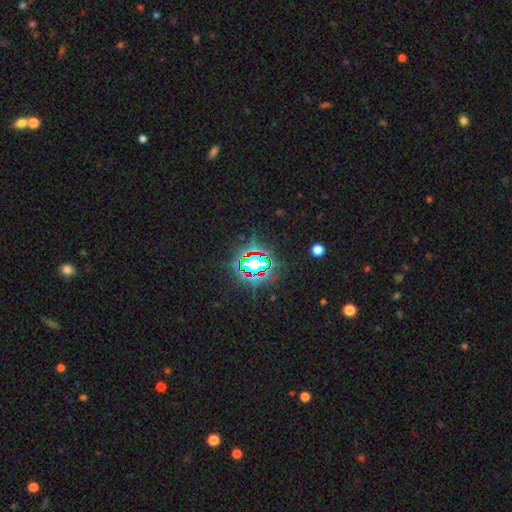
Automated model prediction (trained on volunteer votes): Morphology: type=star or artifact (81%).